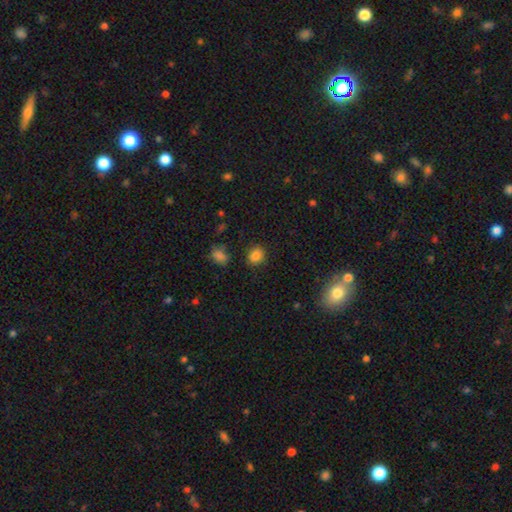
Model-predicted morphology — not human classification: The model was most divided on "how rounded": round: 64%, in between: 35%, cigar-shaped: 1%. More confident: smooth or featured — smooth (84%); merging — none (83%).